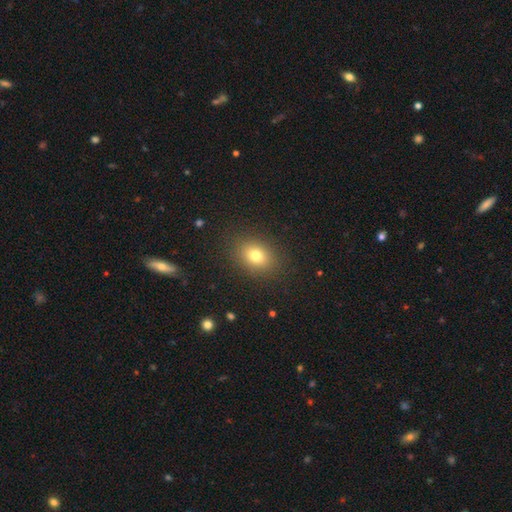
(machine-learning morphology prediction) Overall: smooth (78%). How rounded: in between (60%; round 39%). Merging: none (87%).